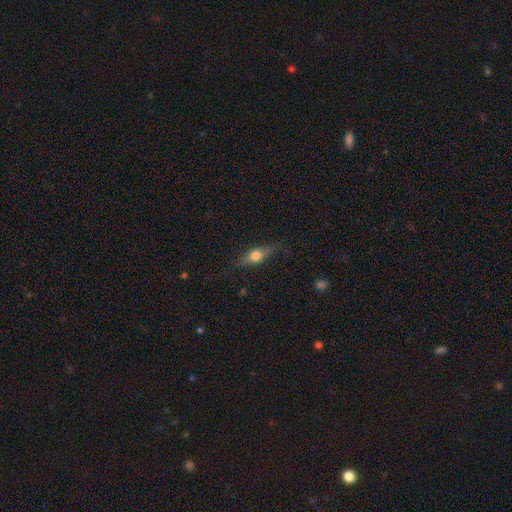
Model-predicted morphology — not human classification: The model was most divided on "how rounded": in between: 52%, cigar-shaped: 39%, round: 9%. More confident: merging — none (81%); smooth or featured — smooth (52%).